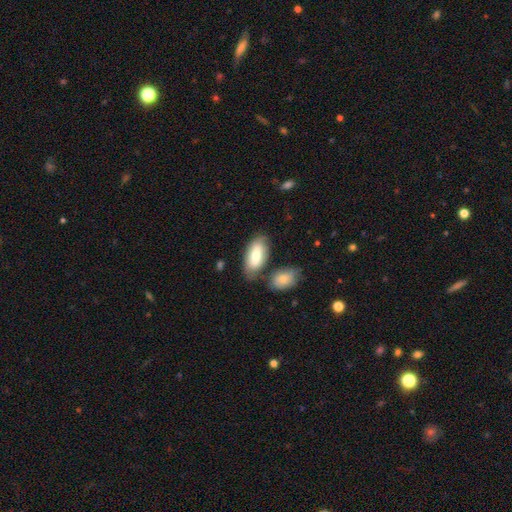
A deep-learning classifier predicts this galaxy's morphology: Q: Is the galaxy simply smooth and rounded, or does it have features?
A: smooth — 71%.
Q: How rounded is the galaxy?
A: in between — 90%.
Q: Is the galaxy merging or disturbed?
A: none — 64%.